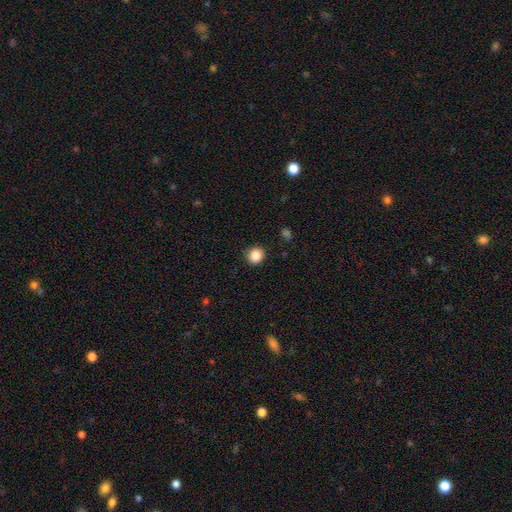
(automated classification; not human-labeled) Smooth or featured? smooth (86%)
How rounded? round (86%)
Merging? none (87%)